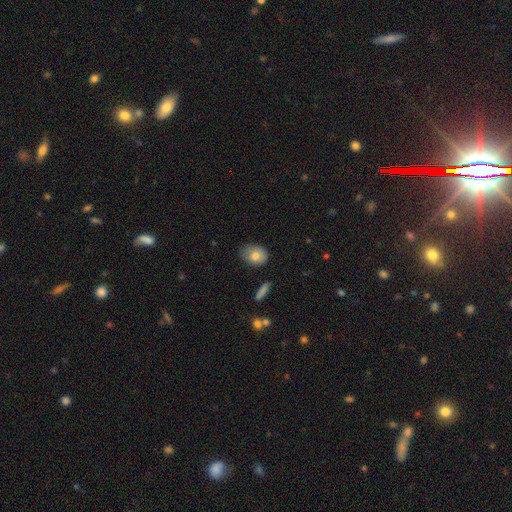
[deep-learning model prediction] A smooth galaxy with no disk features (79%) that is in between round and cigar-shaped (65%).

Vote fractions:
- Smooth or featured? smooth: 79% / featured or disk: 13% / star or artifact: 8%
- How rounded? in between: 65% / round: 33% / cigar-shaped: 1%
- Merging? none: 69% / minor disturbance: 24% / major disturbance: 5% / merger: 2%